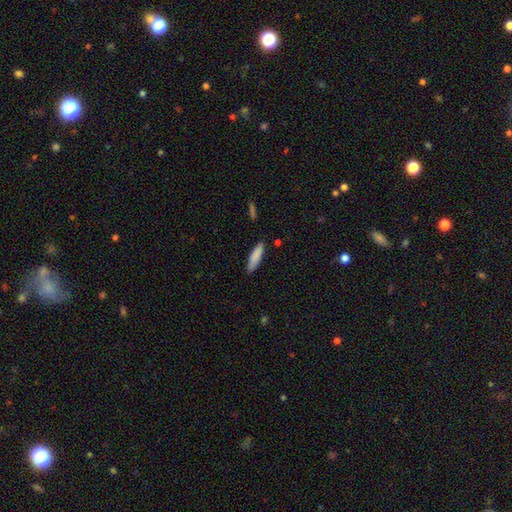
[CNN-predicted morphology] Overall: smooth (85%). How rounded: cigar-shaped (67%; in between 32%). Merging: none (83%).